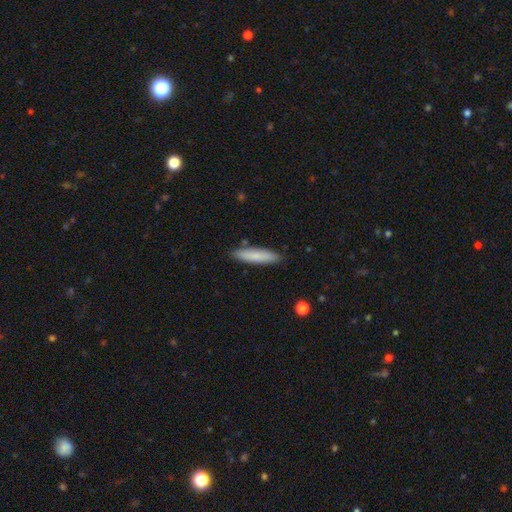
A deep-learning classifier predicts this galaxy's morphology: Q: Smooth or featured?
A: smooth (80%); runner-up: featured or disk (13%)
Q: How rounded?
A: cigar-shaped (82%); runner-up: in between (17%)
Q: Merging?
A: none (88%); runner-up: minor disturbance (9%)